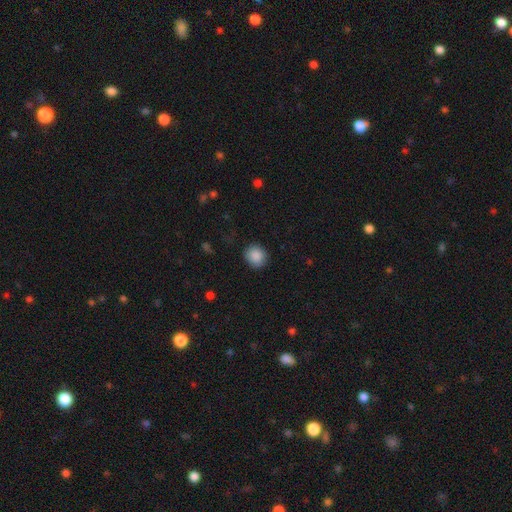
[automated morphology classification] Smooth or featured? smooth (88%)
How rounded? round (81%)
Merging? none (87%)